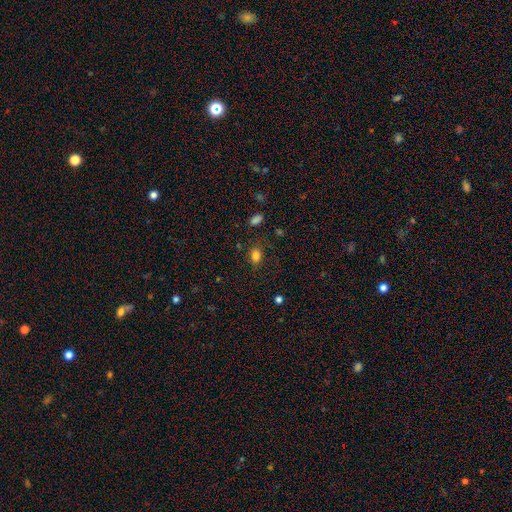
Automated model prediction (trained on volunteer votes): smooth-or-featured: smooth: 82% | star or artifact: 13% | featured or disk: 5%
  how-rounded: in between: 72% | round: 27% | cigar-shaped: 2%
  merging: none: 77% | minor disturbance: 16% | major disturbance: 5% | merger: 2%